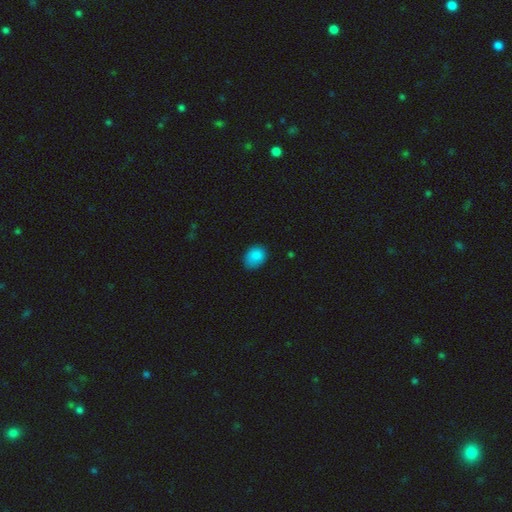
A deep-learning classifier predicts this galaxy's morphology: Smooth or featured? smooth (86%)
How rounded? in between (57%)
Merging? none (73%)